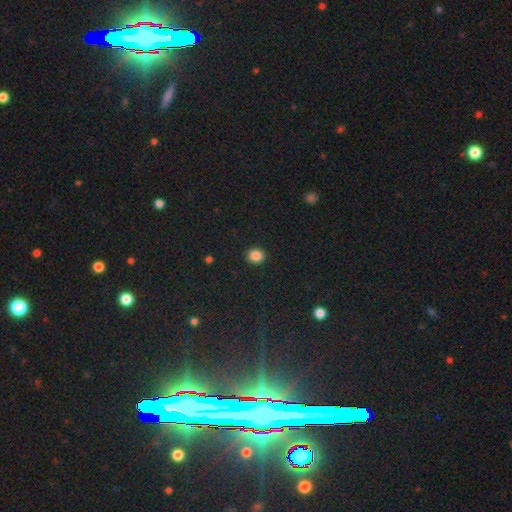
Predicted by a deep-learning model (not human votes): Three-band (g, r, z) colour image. It shows a smooth galaxy with no disk features (86%) that is round (73%). Merging: none (91%).